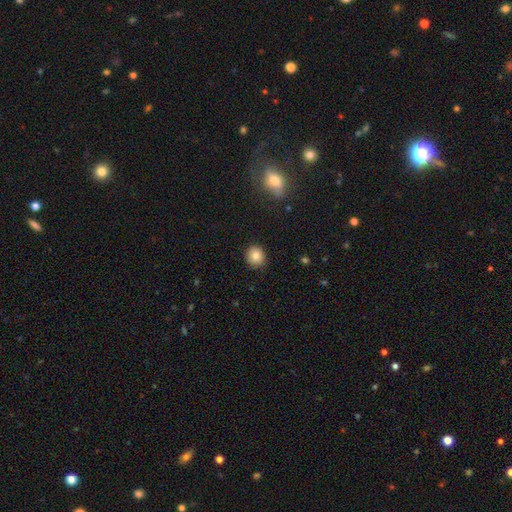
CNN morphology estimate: smooth 84%, star or artifact 10%, featured or disk 6%. Down the decision tree: how rounded — round (84%); merging — none (89%).